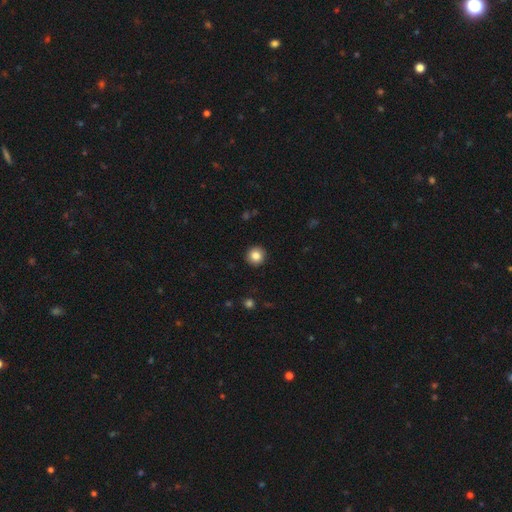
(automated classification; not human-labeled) Smooth or featured? Predicted: smooth (p=0.85). How rounded? Predicted: round (p=0.95). Merging? Predicted: none (p=0.93).